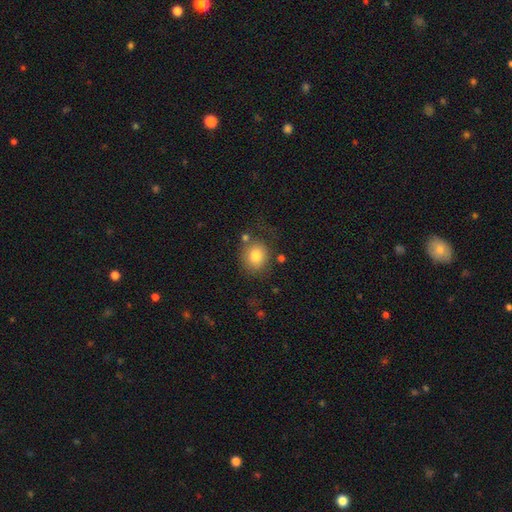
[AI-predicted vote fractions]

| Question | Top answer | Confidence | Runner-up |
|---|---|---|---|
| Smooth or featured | smooth | 79% | featured or disk (11%) |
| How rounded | round | 75% | in between (25%) |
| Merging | none | 70% | minor disturbance (16%) |